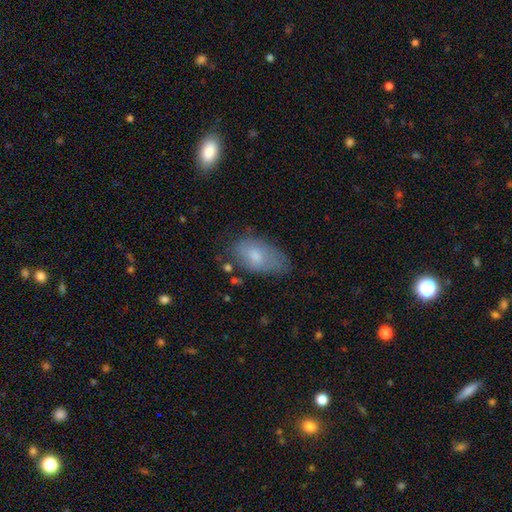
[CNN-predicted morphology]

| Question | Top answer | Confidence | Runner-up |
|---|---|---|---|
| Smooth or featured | smooth | 66% | featured or disk (27%) |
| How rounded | in between | 93% | round (5%) |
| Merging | none | 55% | minor disturbance (31%) |